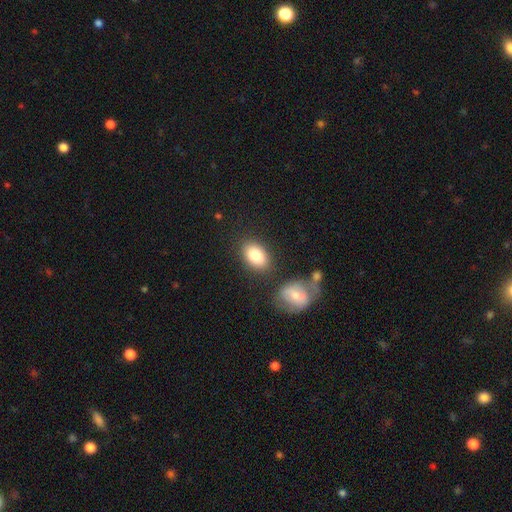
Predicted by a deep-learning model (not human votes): The model was most divided on "merging": none: 77%, minor disturbance: 12%, merger: 7%, major disturbance: 4%. More confident: how rounded — in between (85%); smooth or featured — smooth (84%).